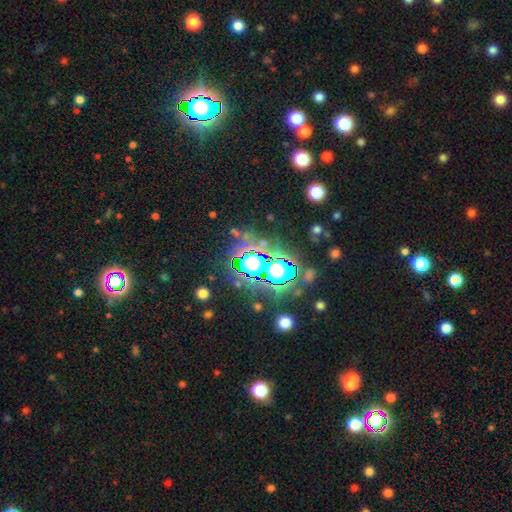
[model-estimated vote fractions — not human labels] star or artifact 80%, smooth 11%, featured or disk 9%.